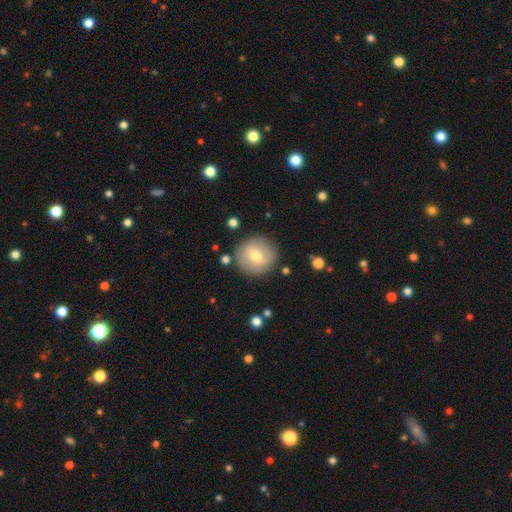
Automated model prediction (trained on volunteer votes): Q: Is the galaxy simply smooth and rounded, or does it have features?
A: smooth — 60%.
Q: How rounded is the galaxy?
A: round — 94%.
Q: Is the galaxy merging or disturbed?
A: none — 86%.